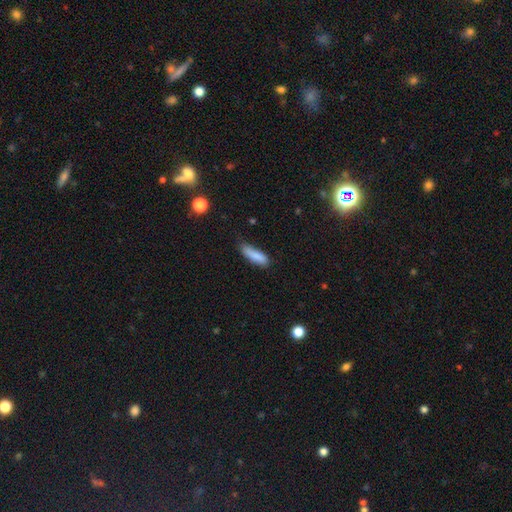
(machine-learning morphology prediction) This is clearly a smooth galaxy (84%). How rounded: possibly cigar-shaped (59%). Merging: likely none (62%).